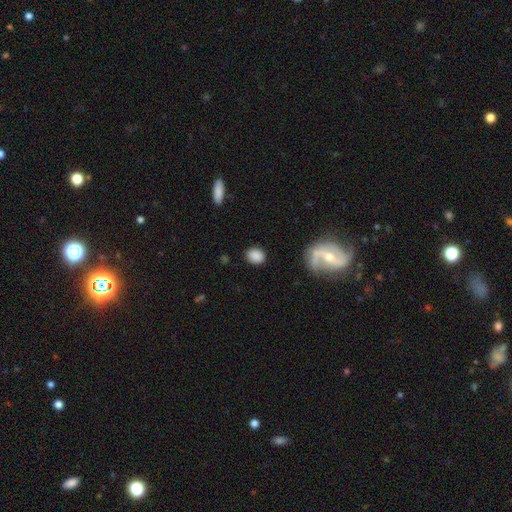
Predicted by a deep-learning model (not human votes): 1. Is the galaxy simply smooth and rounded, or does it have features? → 85% smooth, 9% star or artifact, 6% featured or disk.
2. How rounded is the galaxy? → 54% round, 45% in between, 2% cigar-shaped.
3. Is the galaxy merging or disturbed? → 85% none, 10% minor disturbance, 3% major disturbance, 2% merger.